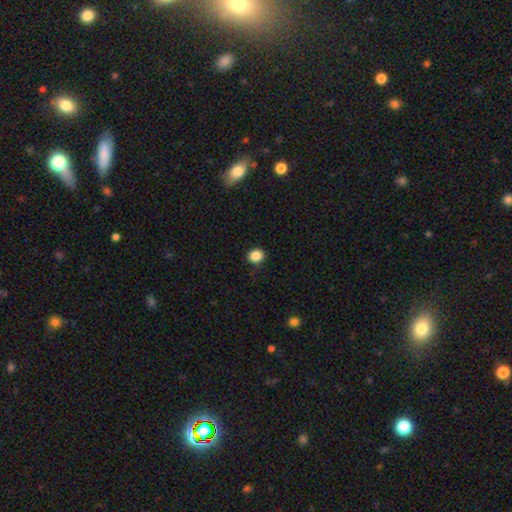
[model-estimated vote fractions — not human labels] Smooth or featured? smooth (86%)
How rounded? round (78%)
Merging? none (88%)